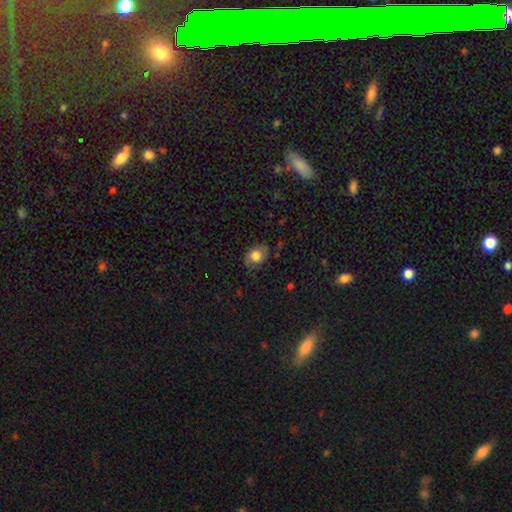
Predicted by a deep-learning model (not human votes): Overall: smooth (67%). How rounded: in between (65%; round 34%). Merging: none (73%).